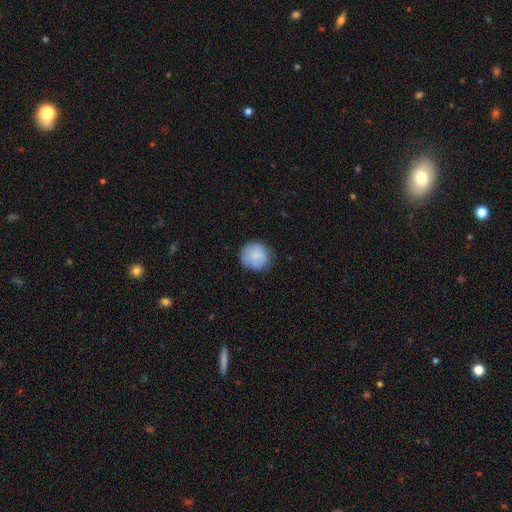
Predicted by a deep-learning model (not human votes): Overall: smooth (82%). How rounded: round (91%). Merging: none (78%).